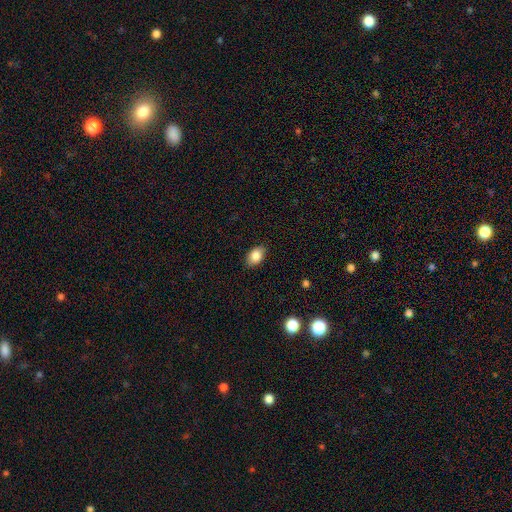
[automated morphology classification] The model was most divided on "how rounded": in between: 87%, round: 12%, cigar-shaped: 1%. More confident: merging — none (87%); smooth or featured — smooth (85%).